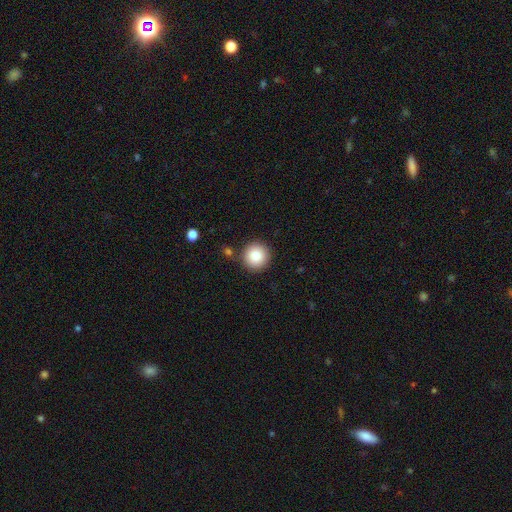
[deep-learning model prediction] A smooth galaxy with no disk features (84%) that is round (95%).

Vote fractions:
- Smooth or featured? smooth: 84% / star or artifact: 9% / featured or disk: 7%
- How rounded? round: 95% / in between: 4% / cigar-shaped: 1%
- Merging? none: 86% / minor disturbance: 7% / merger: 4% / major disturbance: 2%